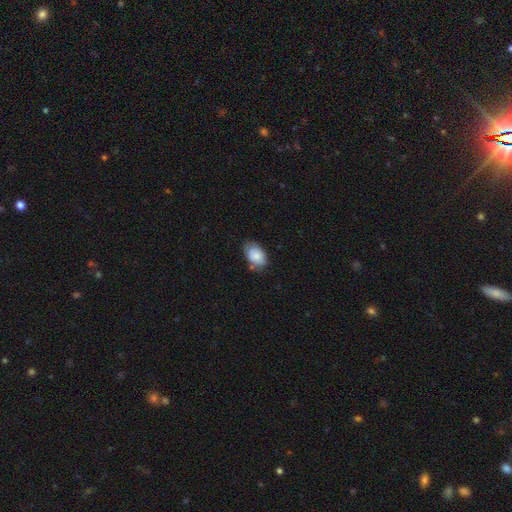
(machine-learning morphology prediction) Smooth or featured?
  - smooth: 76% *
  - featured or disk: 17%
  - star or artifact: 7%
How rounded?
  - in between: 86% *
  - round: 13%
  - cigar-shaped: 1%
Merging?
  - none: 63% *
  - minor disturbance: 27%
  - major disturbance: 6%
  - merger: 4%